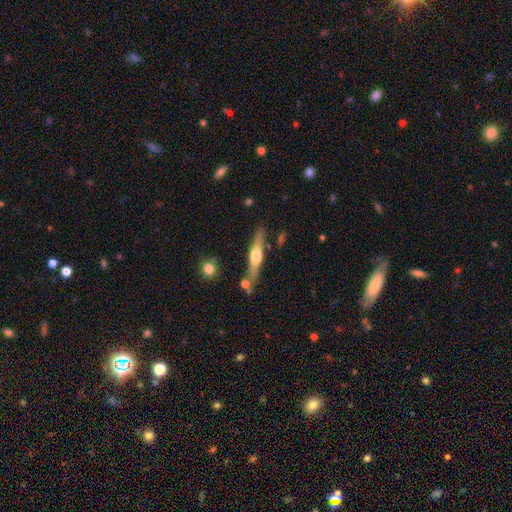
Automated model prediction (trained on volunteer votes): This appears to be a featured or disk galaxy (60%) viewed edge-on (95%) with a rounded central bulge (91%). Merging: none (77%).